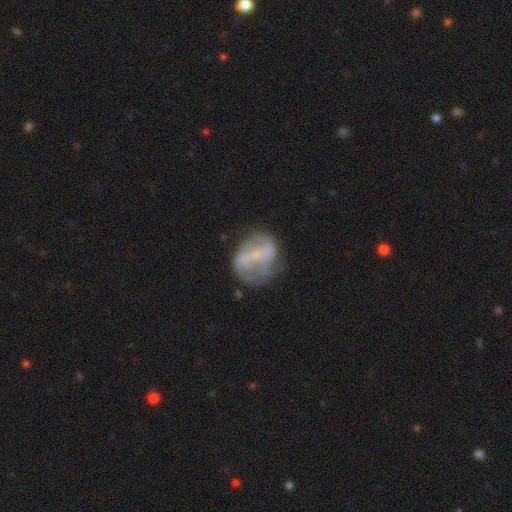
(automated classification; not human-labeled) smooth-or-featured: featured or disk: 68% | smooth: 24% | star or artifact: 8%
  disk-edge-on: no: 97% | yes: 3%
    bar: weak: 42% | no: 35% | strong: 24%
    has-spiral-arms: yes: 62% | no: 38%
    bulge-size: small: 54% | none: 25% | moderate: 18% | large: 2% | dominant: 1%
  merging: none: 57% | minor disturbance: 22% | major disturbance: 17% | merger: 4%